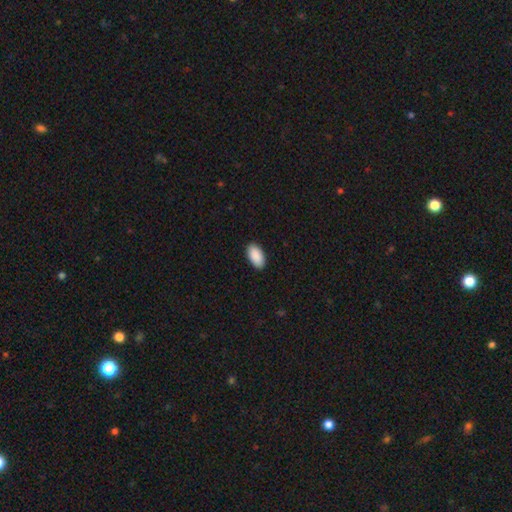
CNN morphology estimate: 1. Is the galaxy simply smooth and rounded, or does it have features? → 91% smooth, 6% star or artifact, 3% featured or disk.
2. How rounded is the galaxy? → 96% in between, 2% round, 2% cigar-shaped.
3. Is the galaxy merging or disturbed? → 90% none, 8% minor disturbance, 2% major disturbance, 1% merger.